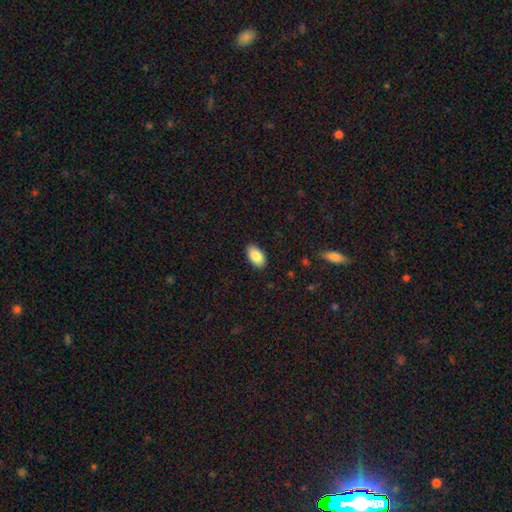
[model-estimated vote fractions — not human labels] Morphology: type=smooth (87%); roundness=in between (95%); merging=none (89%).